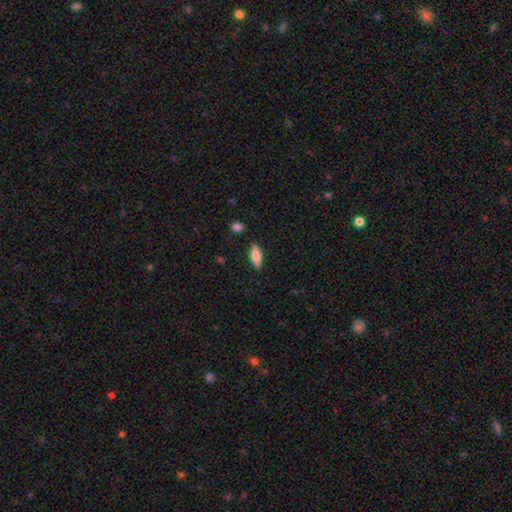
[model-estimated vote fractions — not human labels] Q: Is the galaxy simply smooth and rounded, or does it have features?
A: smooth — 74%.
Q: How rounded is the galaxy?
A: in between — 72%.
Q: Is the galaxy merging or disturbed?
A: none — 87%.